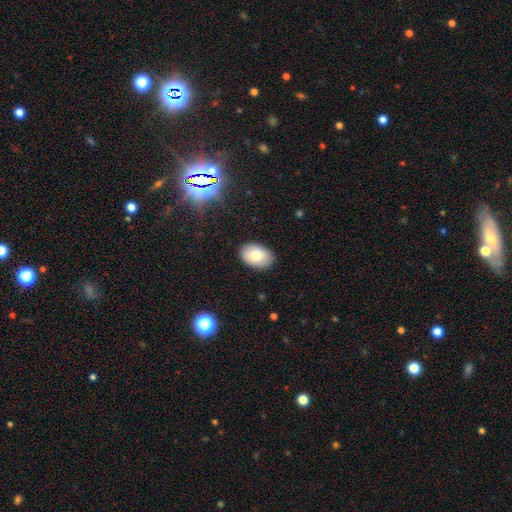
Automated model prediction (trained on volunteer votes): Smooth or featured? smooth (79%)
How rounded? in between (87%)
Merging? none (87%)